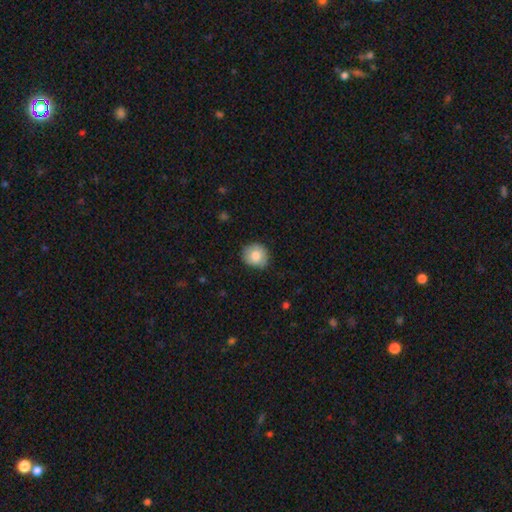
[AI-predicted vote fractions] Smooth or featured? smooth (81%)
How rounded? round (84%)
Merging? none (80%)